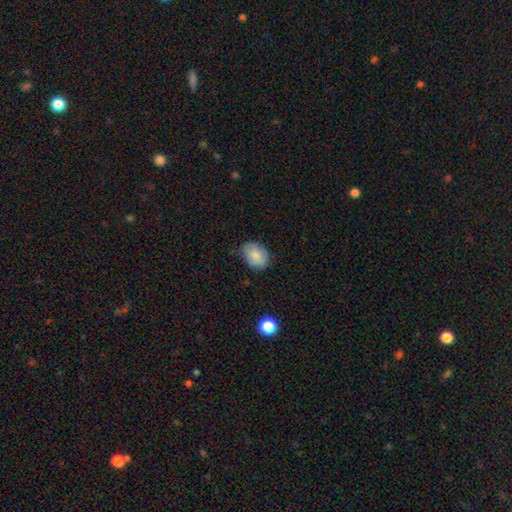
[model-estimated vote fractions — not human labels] Morphology: type=smooth (84%); roundness=in between (74%); merging=none (76%).